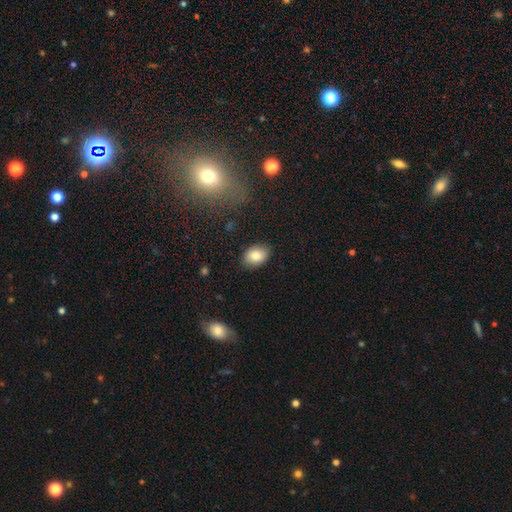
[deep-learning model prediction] Smooth or featured? smooth (82%)
How rounded? in between (72%)
Merging? none (87%)